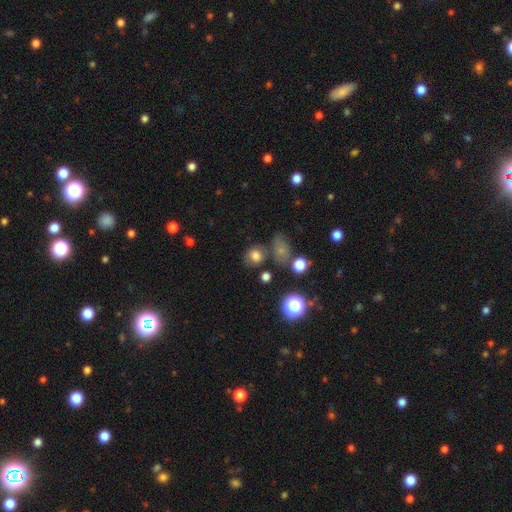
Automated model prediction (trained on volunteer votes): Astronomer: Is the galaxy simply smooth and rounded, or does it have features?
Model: smooth — 74%.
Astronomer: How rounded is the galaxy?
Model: round — 75%.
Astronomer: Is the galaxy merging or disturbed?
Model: none — 68%.